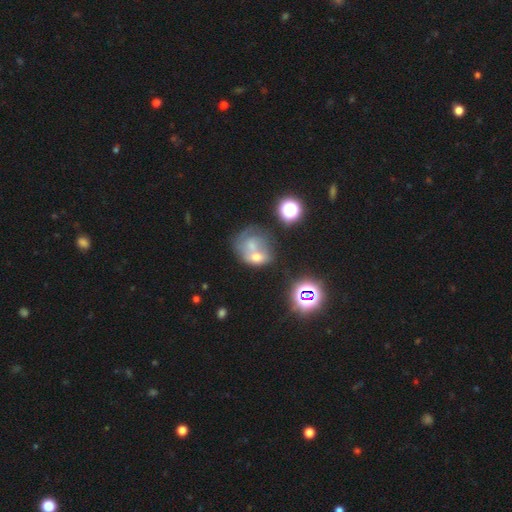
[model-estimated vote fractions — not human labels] Smooth or featured: smooth — 40% (featured or disk — 37%)
Merging: merger — 58% (none — 22%)